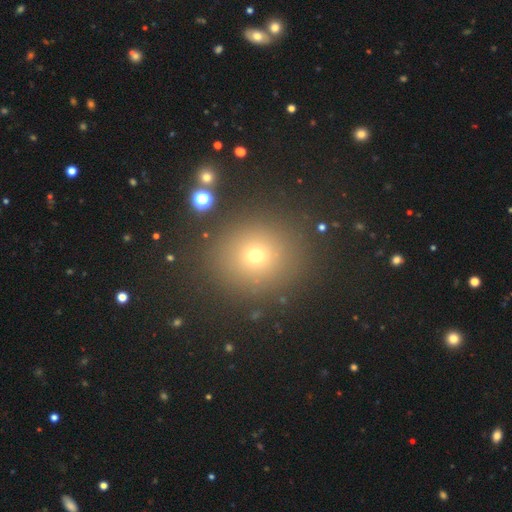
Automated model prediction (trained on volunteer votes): smooth_or_featured: smooth (p=0.62) [alt: star or artifact p=0.29]
how_rounded: round (p=0.88) [alt: in between p=0.11]
merging: none (p=0.89) [alt: minor disturbance p=0.06]